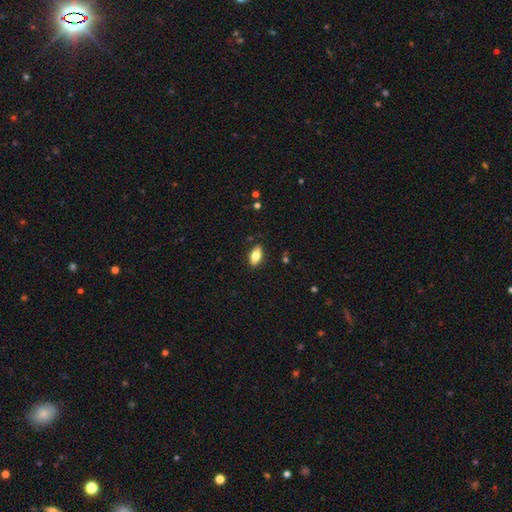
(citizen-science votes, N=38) Morphology: type=smooth (71%); roundness=in between (78%); merging=none (83%).